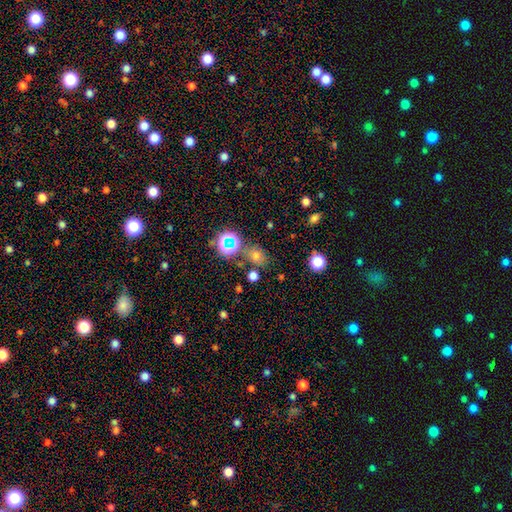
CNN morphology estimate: Overall: smooth (55%; star or artifact 35%). How rounded: round (62%; in between 37%). Merging: none (76%).